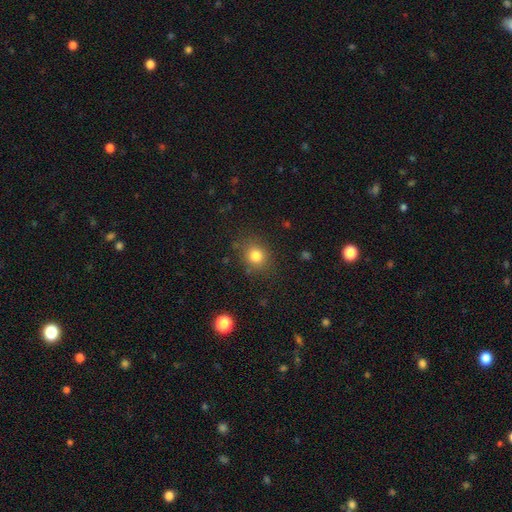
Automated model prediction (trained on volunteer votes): smooth-or-featured: smooth: 80% | star or artifact: 13% | featured or disk: 7%
  how-rounded: round: 76% | in between: 23% | cigar-shaped: 1%
  merging: none: 83% | minor disturbance: 11% | major disturbance: 4% | merger: 2%